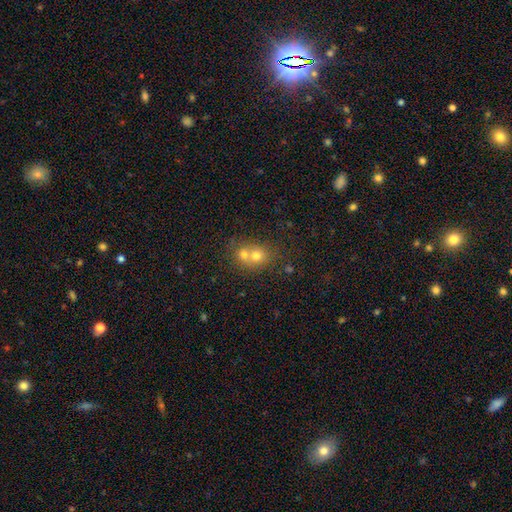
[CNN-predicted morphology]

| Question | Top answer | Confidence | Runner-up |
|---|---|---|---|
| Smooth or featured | smooth | 67% | featured or disk (19%) |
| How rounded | round | 74% | in between (25%) |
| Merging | merger | 60% | none (32%) |